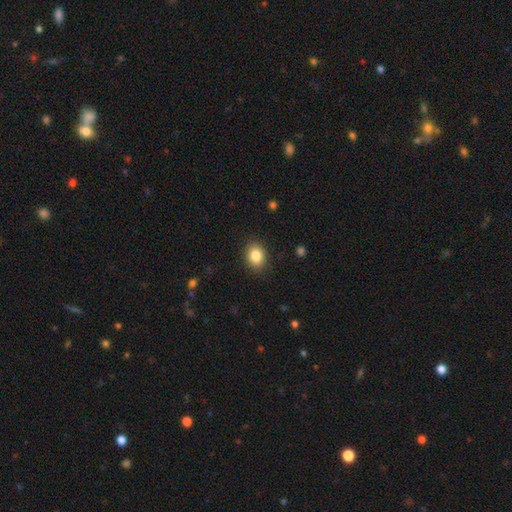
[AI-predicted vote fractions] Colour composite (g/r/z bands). It shows a smooth galaxy with no disk features (85%) that is in between round and cigar-shaped (61%). Merging: none (88%).